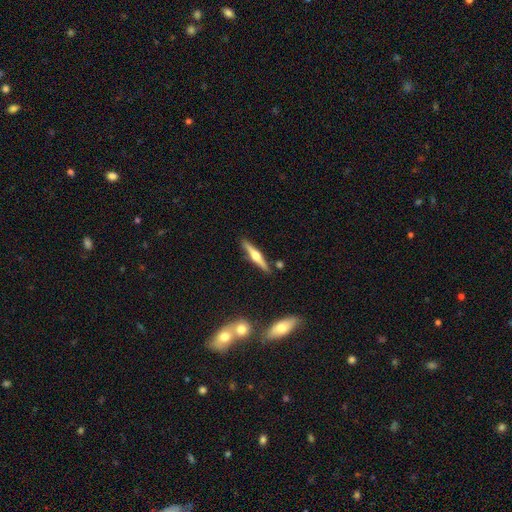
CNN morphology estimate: A featured or disk galaxy (70%) viewed edge-on (97%) with a rounded central bulge (94%). Merging: none (87%).